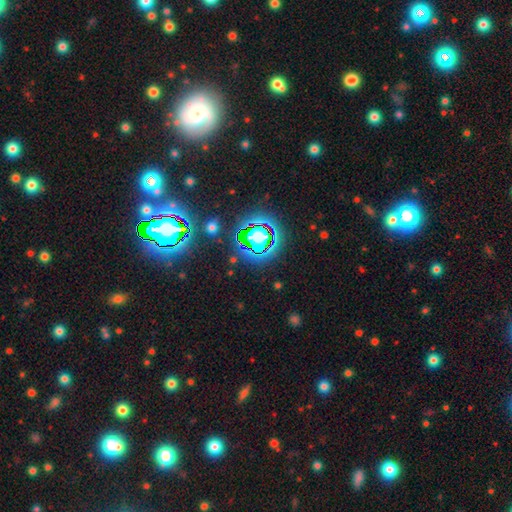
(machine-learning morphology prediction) star or artifact 80%, smooth 12%, featured or disk 8%.